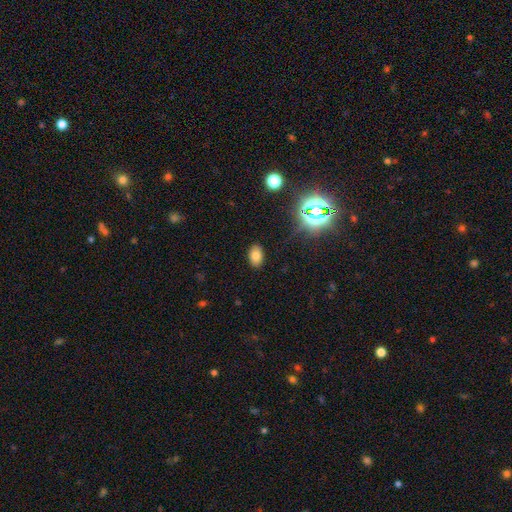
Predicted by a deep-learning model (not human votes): Morphology: type=smooth (77%); roundness=in between (89%); merging=none (87%).